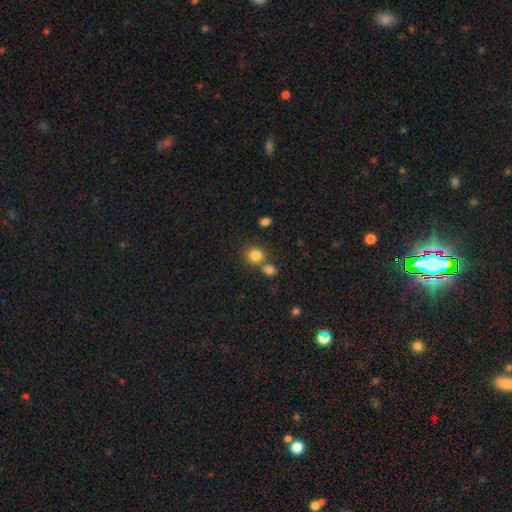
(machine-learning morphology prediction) Smooth or featured: smooth — 83% (star or artifact — 11%)
How rounded: round — 84% (in between — 15%)
Merging: none — 63% (merger — 24%)